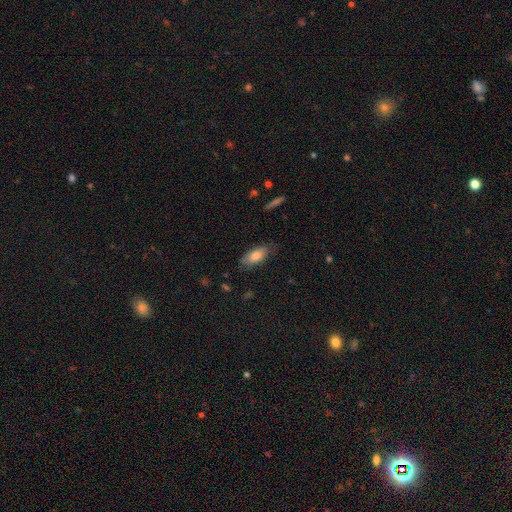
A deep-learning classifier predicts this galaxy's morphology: A smooth galaxy with no disk features (78%) that is in between round and cigar-shaped (81%). Merging: none (77%).